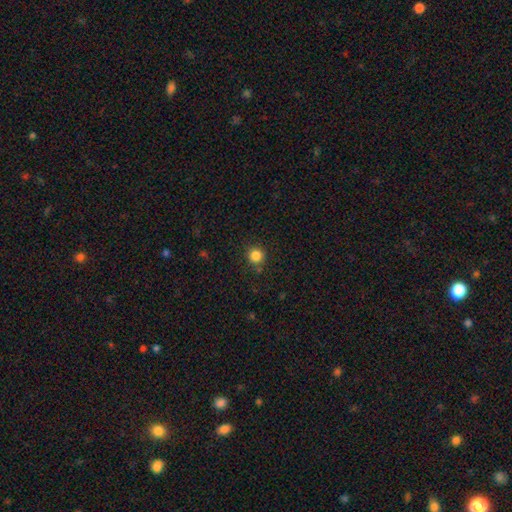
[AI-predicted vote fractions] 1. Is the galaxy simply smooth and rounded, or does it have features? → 84% smooth, 12% star or artifact, 4% featured or disk.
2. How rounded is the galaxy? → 94% round, 5% in between, 1% cigar-shaped.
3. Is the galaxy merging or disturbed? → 87% none, 8% minor disturbance, 3% merger, 2% major disturbance.